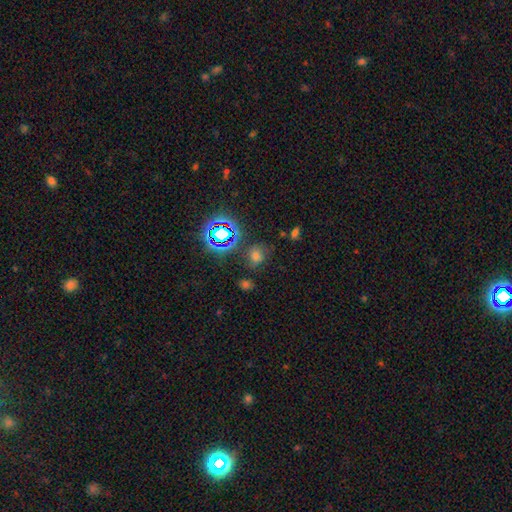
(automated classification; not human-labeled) Smooth or featured?
  - smooth: 54% *
  - star or artifact: 36%
  - featured or disk: 10%
How rounded?
  - round: 65% *
  - in between: 33%
  - cigar-shaped: 1%
Merging?
  - none: 67% *
  - minor disturbance: 19%
  - major disturbance: 8%
  - merger: 5%